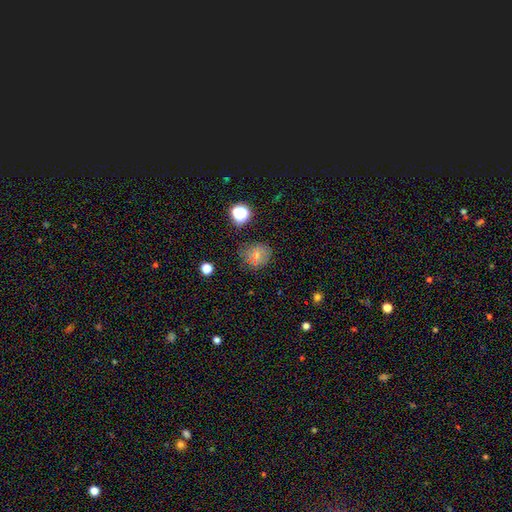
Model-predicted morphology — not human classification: The model was most divided on "smooth or featured": smooth: 61%, star or artifact: 27%, featured or disk: 12%. More confident: merging — none (76%); how rounded — round (74%).